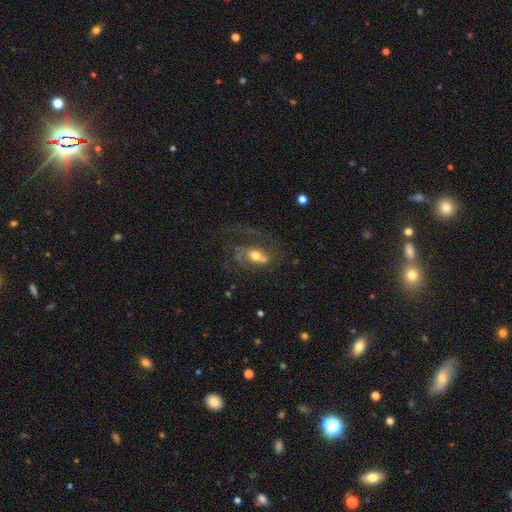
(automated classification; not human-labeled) A featured or disk galaxy (68%) with no bar (59%), spiral arms (76%) and a moderate central bulge (68%). Merging: none (40%).